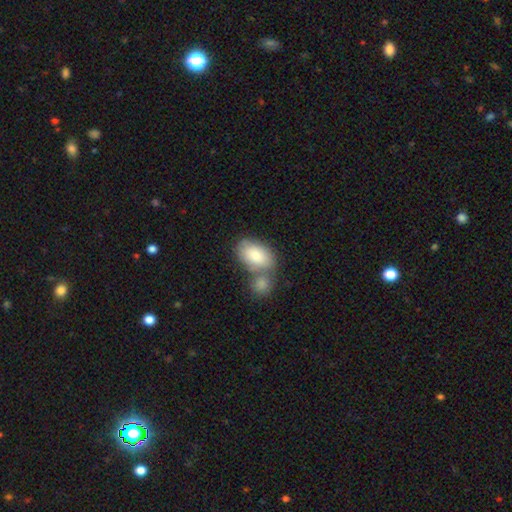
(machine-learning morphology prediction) Smooth or featured? smooth (83%)
How rounded? in between (92%)
Merging? merger (42%)